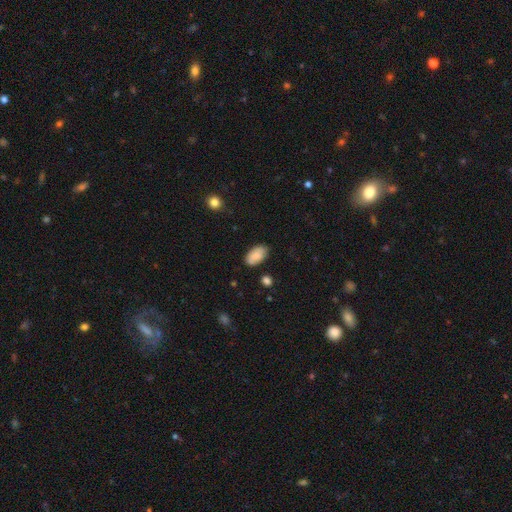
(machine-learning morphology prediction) Smooth or featured?
  - smooth: 87% *
  - featured or disk: 7%
  - star or artifact: 7%
How rounded?
  - in between: 95% *
  - round: 4%
  - cigar-shaped: 2%
Merging?
  - none: 81% *
  - minor disturbance: 14%
  - major disturbance: 3%
  - merger: 2%